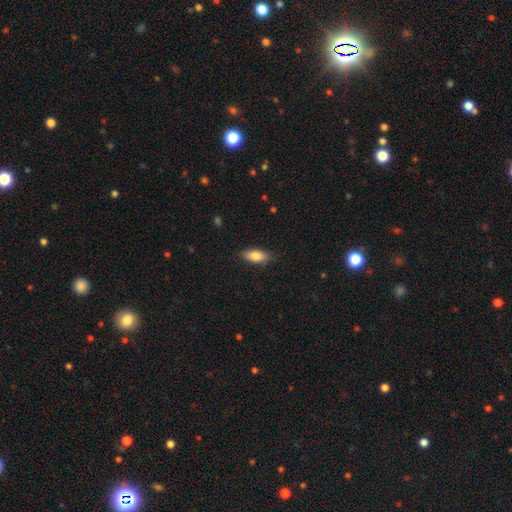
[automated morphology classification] The model was most divided on "smooth or featured": smooth: 78%, featured or disk: 16%, star or artifact: 7%. More confident: merging — none (84%); how rounded — in between (80%).